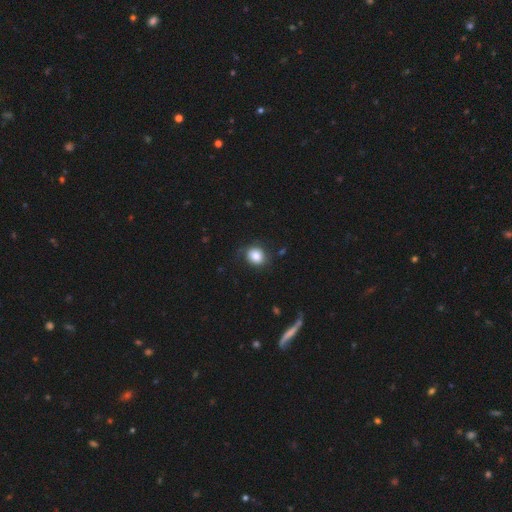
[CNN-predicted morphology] Smooth or featured: smooth — 83% (star or artifact — 9%)
How rounded: round — 71% (in between — 28%)
Merging: none — 74% (minor disturbance — 18%)